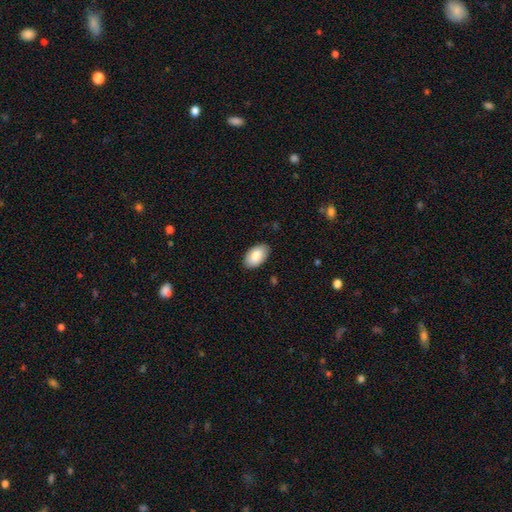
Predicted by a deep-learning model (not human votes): Morphology: type=smooth (83%); roundness=in between (95%); merging=none (87%).